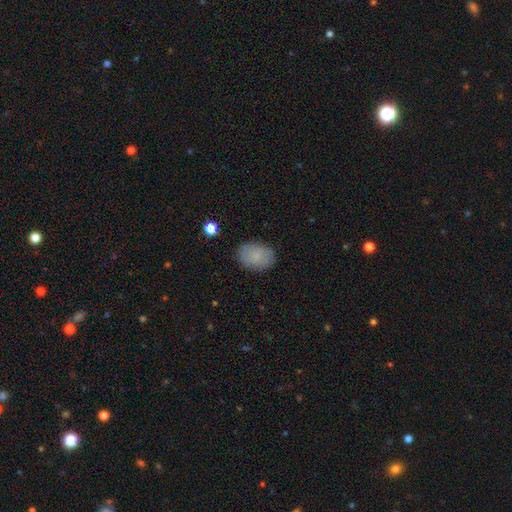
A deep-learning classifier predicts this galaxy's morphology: Smooth or featured?
  - smooth: 83% *
  - featured or disk: 10%
  - star or artifact: 8%
How rounded?
  - in between: 80% *
  - round: 19%
  - cigar-shaped: 1%
Merging?
  - none: 86% *
  - minor disturbance: 10%
  - major disturbance: 3%
  - merger: 1%